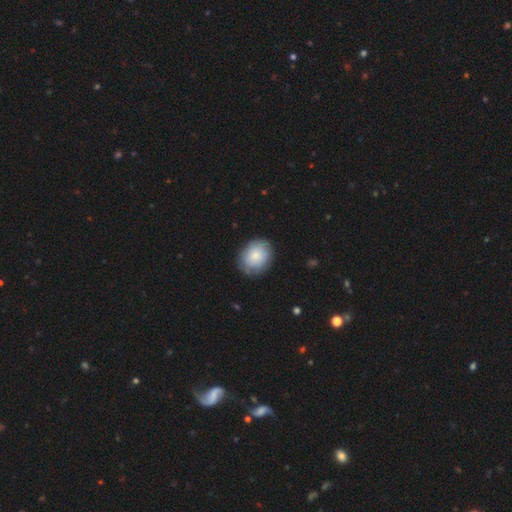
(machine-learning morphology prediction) Smooth or featured? smooth (82%)
How rounded? in between (52%)
Merging? none (82%)